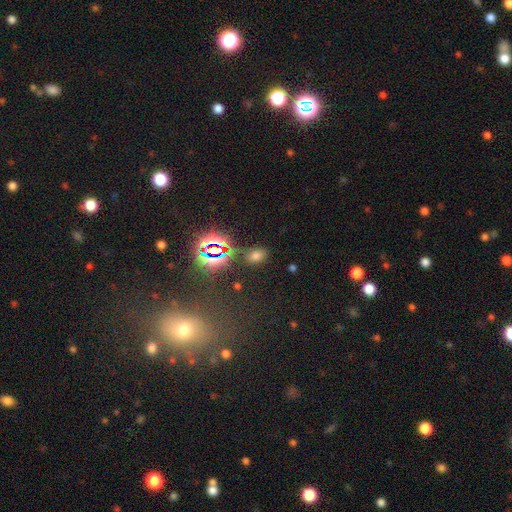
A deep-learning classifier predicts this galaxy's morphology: Overall: smooth (58%; star or artifact 35%). How rounded: in between (81%). Merging: none (78%).